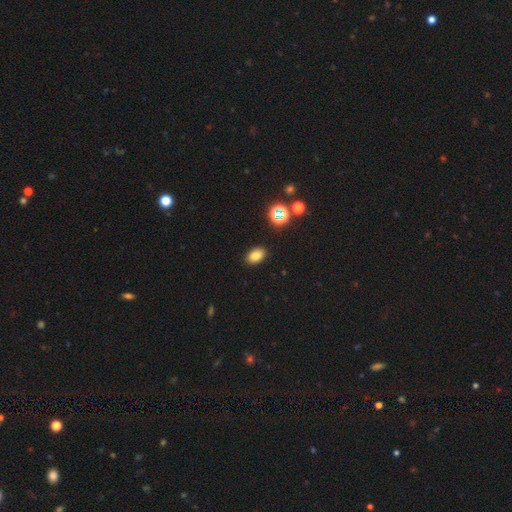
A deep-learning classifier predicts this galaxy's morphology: A smooth galaxy with no disk features (79%) that is in between round and cigar-shaped (86%).

Vote fractions:
- Smooth or featured? smooth: 79% / star or artifact: 14% / featured or disk: 6%
- How rounded? in between: 86% / round: 12% / cigar-shaped: 1%
- Merging? none: 89% / minor disturbance: 8% / major disturbance: 2% / merger: 2%